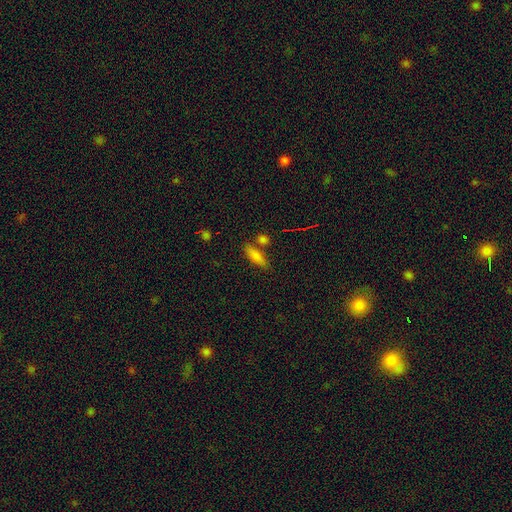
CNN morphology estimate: smooth_or_featured: smooth (p=0.80) [alt: star or artifact p=0.10]
how_rounded: in between (p=0.49) [alt: cigar-shaped p=0.47]
merging: none (p=0.69) [alt: merger p=0.14]